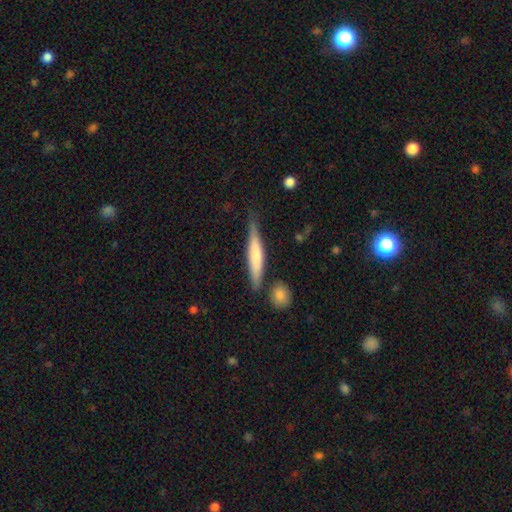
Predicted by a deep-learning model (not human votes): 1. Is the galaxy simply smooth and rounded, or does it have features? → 55% smooth, 39% featured or disk, 6% star or artifact.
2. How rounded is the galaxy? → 90% cigar-shaped, 8% in between, 2% round.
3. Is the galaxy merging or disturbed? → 74% none, 17% minor disturbance, 5% merger, 4% major disturbance.